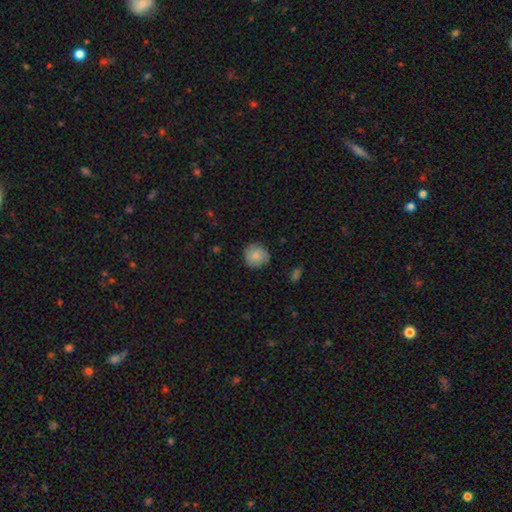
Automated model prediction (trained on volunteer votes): Smooth or featured? smooth (77%)
How rounded? round (90%)
Merging? none (81%)